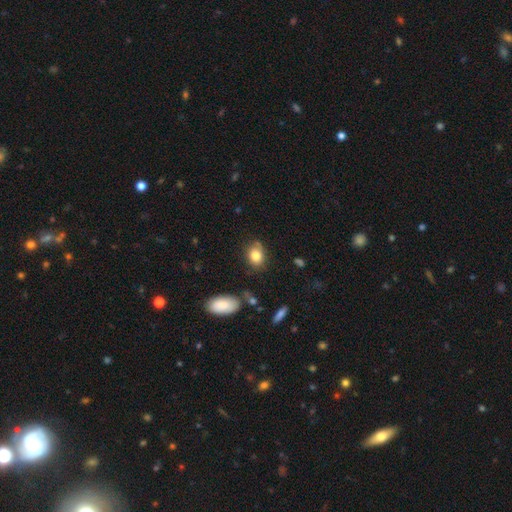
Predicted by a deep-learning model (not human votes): Smooth or featured? Predicted: smooth (p=0.81). How rounded? Predicted: in between (p=0.65). Merging? Predicted: none (p=0.66).